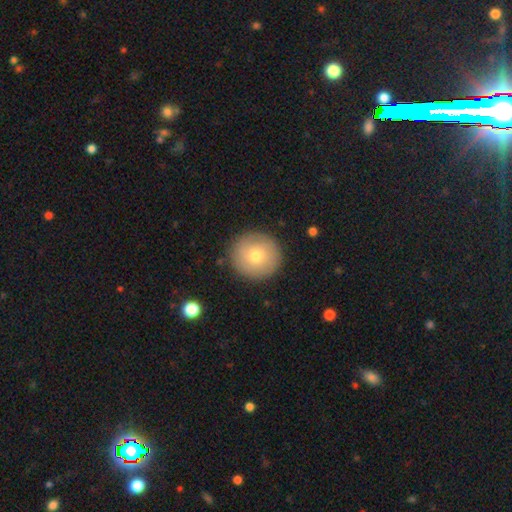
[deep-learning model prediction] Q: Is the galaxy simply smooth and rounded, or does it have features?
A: smooth — 69%.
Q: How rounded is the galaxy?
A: round — 95%.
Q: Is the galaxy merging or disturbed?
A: none — 89%.